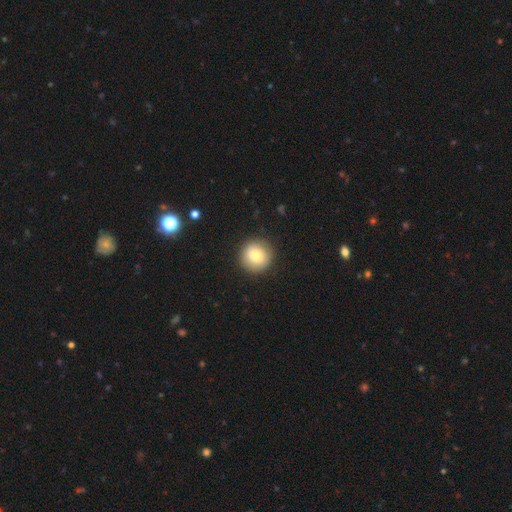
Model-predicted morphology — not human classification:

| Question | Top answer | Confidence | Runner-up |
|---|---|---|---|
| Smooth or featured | smooth | 80% | featured or disk (11%) |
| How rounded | round | 95% | in between (4%) |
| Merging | none | 90% | minor disturbance (7%) |